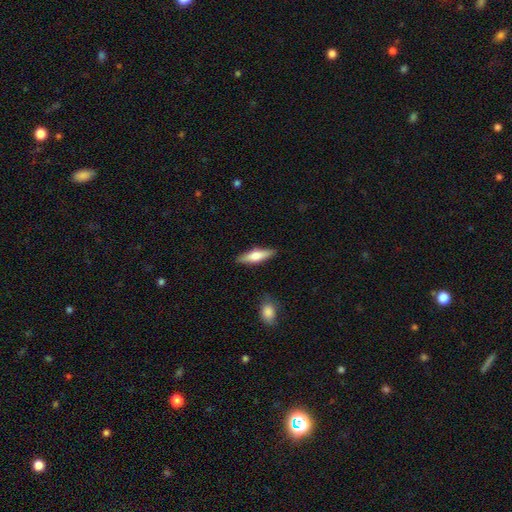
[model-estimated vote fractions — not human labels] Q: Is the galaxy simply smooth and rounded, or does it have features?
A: smooth — 59%.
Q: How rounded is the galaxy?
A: cigar-shaped — 62%.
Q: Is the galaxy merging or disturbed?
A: none — 87%.